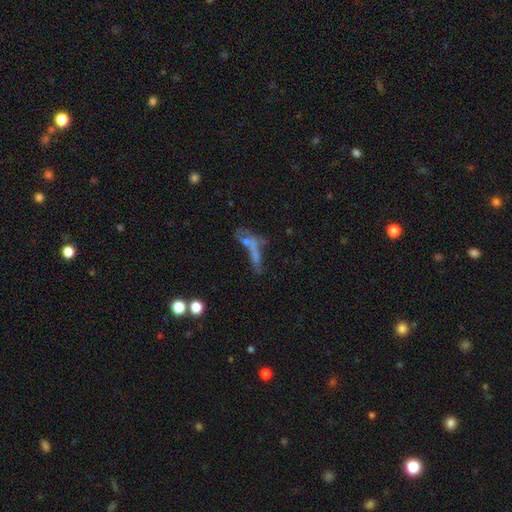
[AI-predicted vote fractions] Smooth or featured? Predicted: smooth (p=0.39). Merging? Predicted: none (p=0.39).